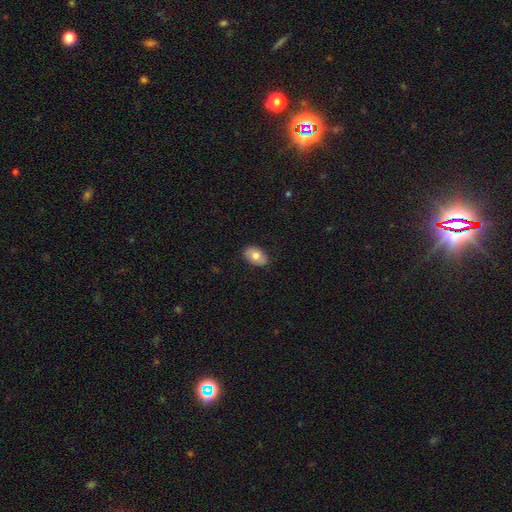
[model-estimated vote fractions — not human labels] smooth_or_featured: smooth (p=0.76) [alt: featured or disk p=0.16]
how_rounded: in between (p=0.88) [alt: round p=0.11]
merging: none (p=0.83) [alt: minor disturbance p=0.14]